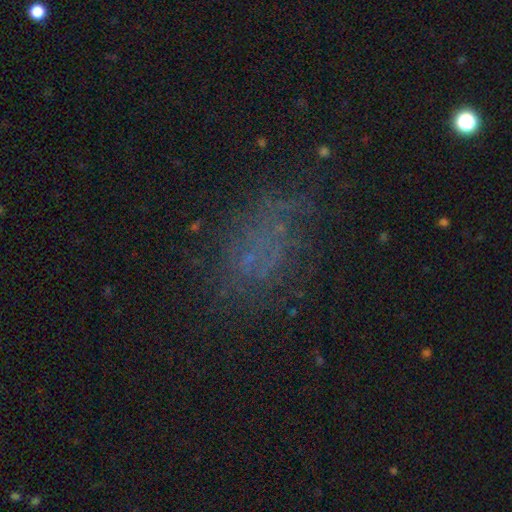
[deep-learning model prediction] A smooth galaxy with no disk features (41%). Merging: none (55%).